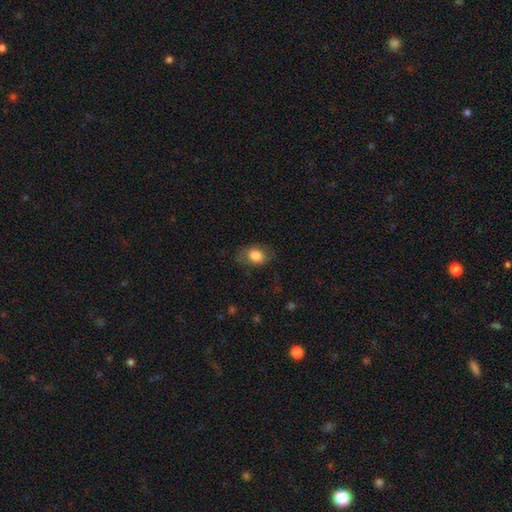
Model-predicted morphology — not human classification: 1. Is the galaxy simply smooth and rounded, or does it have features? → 78% smooth, 14% featured or disk, 8% star or artifact.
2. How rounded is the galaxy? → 74% in between, 25% round, 1% cigar-shaped.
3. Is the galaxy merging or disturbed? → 67% none, 21% minor disturbance, 10% major disturbance, 1% merger.